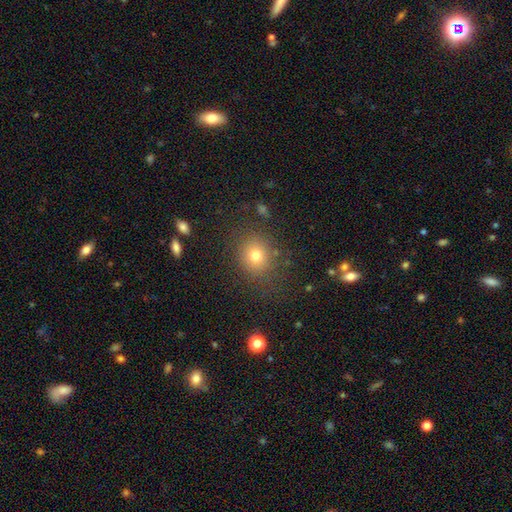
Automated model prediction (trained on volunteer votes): Morphology: type=smooth (75%); roundness=round (75%); merging=none (83%).